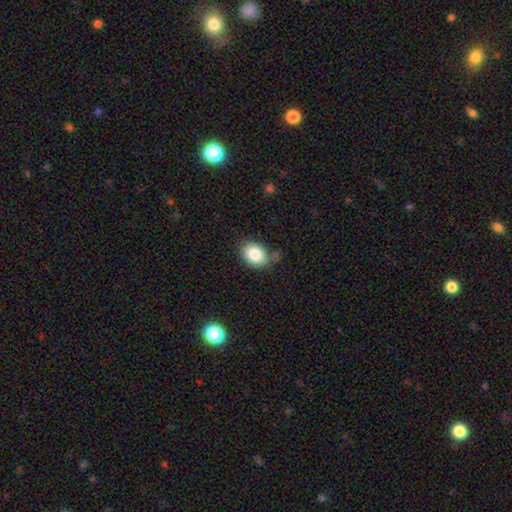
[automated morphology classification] Smooth or featured? Predicted: smooth (p=0.86). How rounded? Predicted: in between (p=0.74). Merging? Predicted: none (p=0.69).